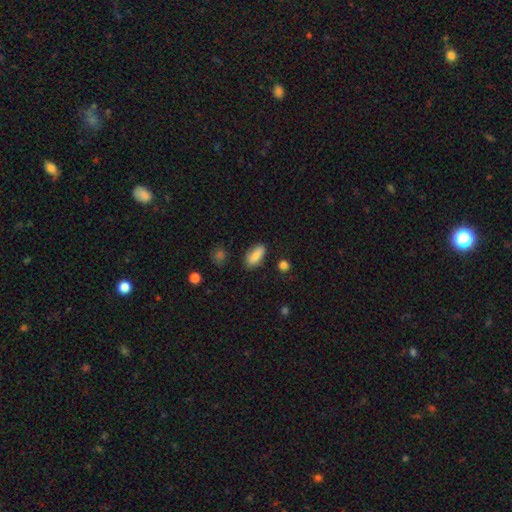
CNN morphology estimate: smooth_or_featured: smooth (p=0.86) [alt: star or artifact p=0.07]
how_rounded: in between (p=0.85) [alt: cigar-shaped p=0.12]
merging: none (p=0.81) [alt: minor disturbance p=0.14]